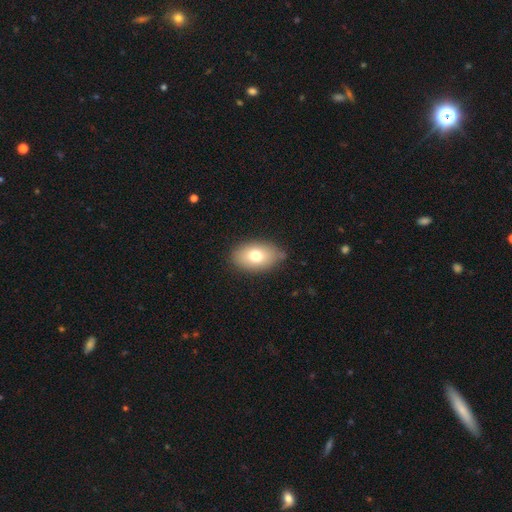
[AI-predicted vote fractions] Smooth or featured?
  - smooth: 74% *
  - featured or disk: 18%
  - star or artifact: 9%
How rounded?
  - in between: 88% *
  - round: 10%
  - cigar-shaped: 2%
Merging?
  - none: 76% *
  - minor disturbance: 19%
  - major disturbance: 4%
  - merger: 2%